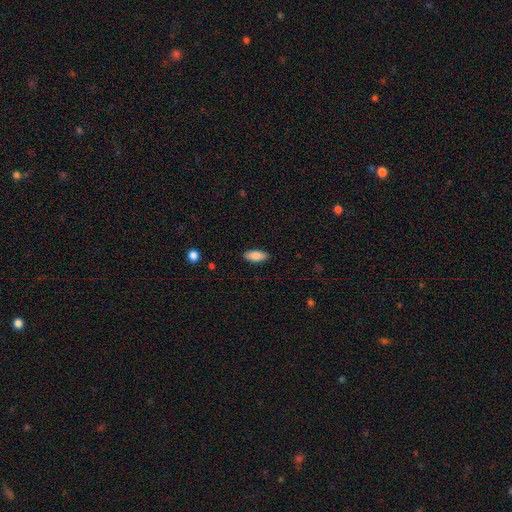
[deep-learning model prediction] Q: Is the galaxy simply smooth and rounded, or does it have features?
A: smooth — 86%.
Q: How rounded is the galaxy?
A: in between — 86%.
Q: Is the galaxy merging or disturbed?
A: none — 89%.